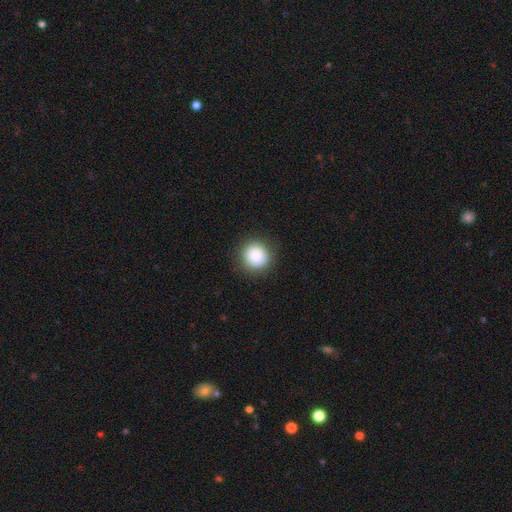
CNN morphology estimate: Smooth or featured: smooth — 87% (star or artifact — 9%)
How rounded: round — 93% (in between — 6%)
Merging: none — 90% (minor disturbance — 6%)